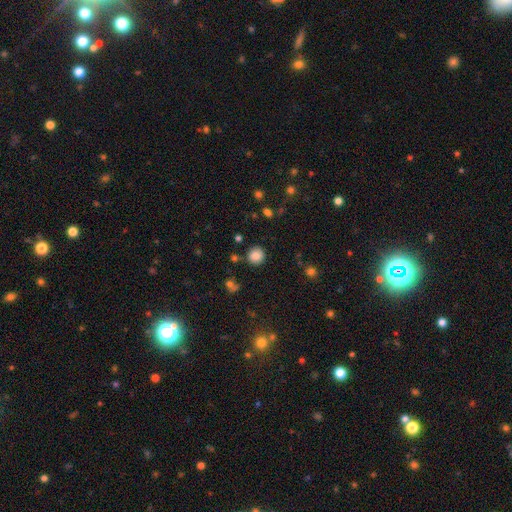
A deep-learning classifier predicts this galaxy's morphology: This appears to be a smooth galaxy with no disk features (83%) that is round (91%). Merging: none (87%).